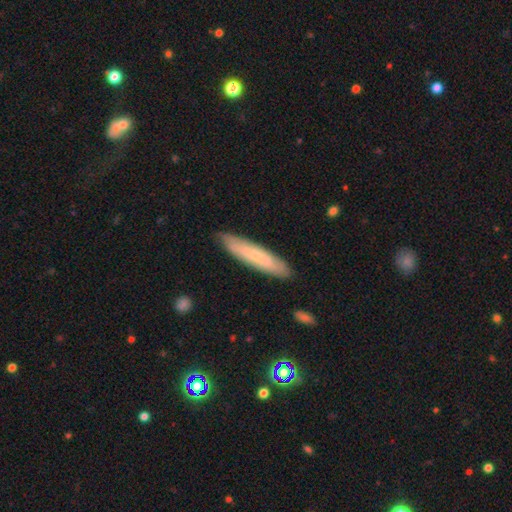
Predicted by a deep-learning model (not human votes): Smooth or featured: smooth — 62% (featured or disk — 32%)
How rounded: cigar-shaped — 87% (in between — 12%)
Merging: none — 87% (minor disturbance — 10%)